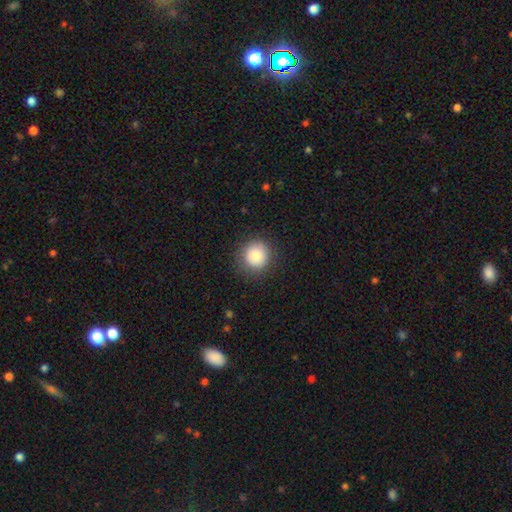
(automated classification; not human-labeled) Smooth or featured? Predicted: smooth (p=0.85). How rounded? Predicted: round (p=0.93). Merging? Predicted: none (p=0.87).